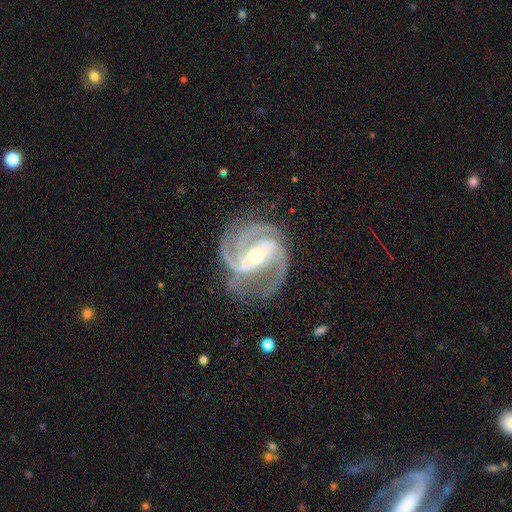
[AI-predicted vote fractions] featured or disk 92%, star or artifact 5%, smooth 3%. Down the decision tree: edge-on disk — no (97%); bar — strong (59%); spiral arms — yes (99%); spiral arm count — 3 (41%); spiral winding — medium (49%); bulge size — small (53%); merging — none (74%).